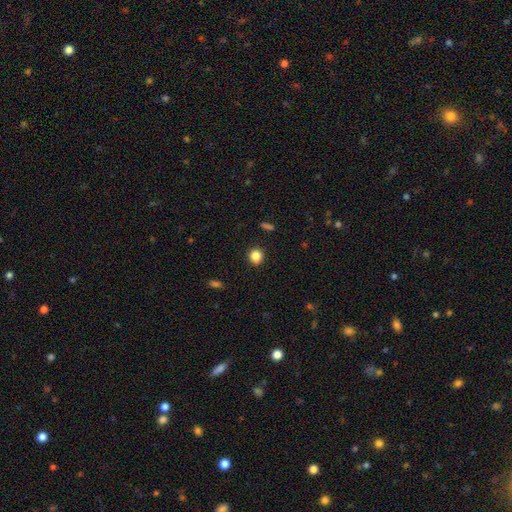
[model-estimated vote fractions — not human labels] Q: Smooth or featured?
A: smooth (85%); runner-up: star or artifact (11%)
Q: How rounded?
A: round (85%); runner-up: in between (14%)
Q: Merging?
A: none (88%); runner-up: minor disturbance (8%)